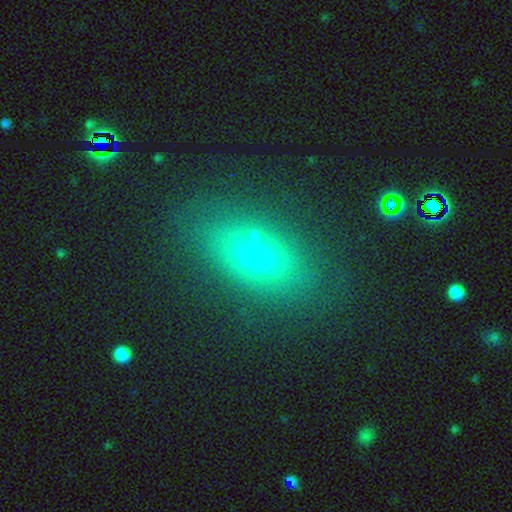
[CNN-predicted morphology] This appears to be a smooth galaxy with no disk features (64%) that is in between round and cigar-shaped (76%). Merging: none (84%).